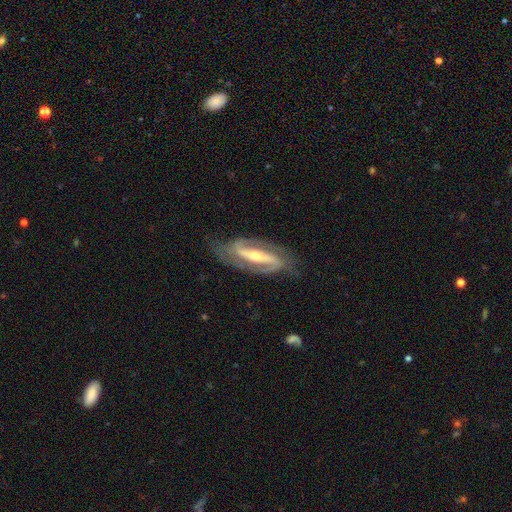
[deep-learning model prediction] Morphology: type=featured or disk (87%); edge-on=no (89%); bar=strong (56%); spiral arms=yes (94%); winding=medium (45%); arm count=2 (90%); bulge=moderate (51%); merging=none (81%).